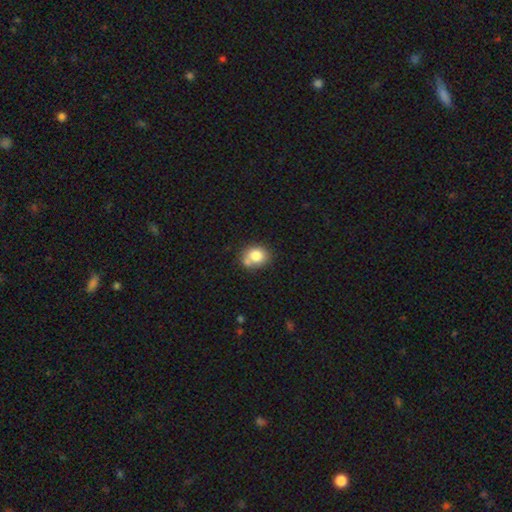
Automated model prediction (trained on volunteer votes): smooth_or_featured: smooth (p=0.80) [alt: featured or disk p=0.10]
how_rounded: round (p=0.61) [alt: in between p=0.38]
merging: none (p=0.54) [alt: merger p=0.23]